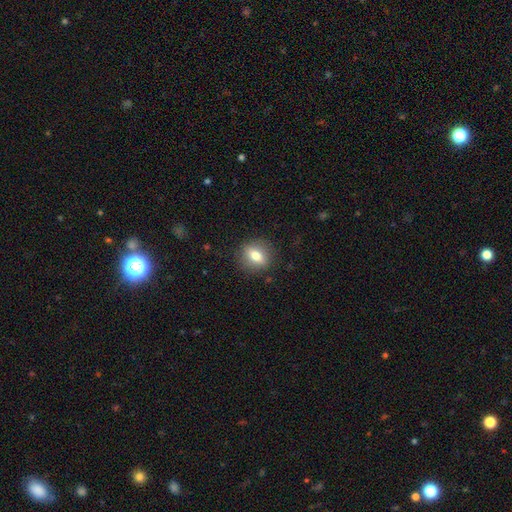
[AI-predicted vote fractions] Smooth or featured? Predicted: smooth (p=0.71). How rounded? Predicted: round (p=0.54). Merging? Predicted: none (p=0.87).